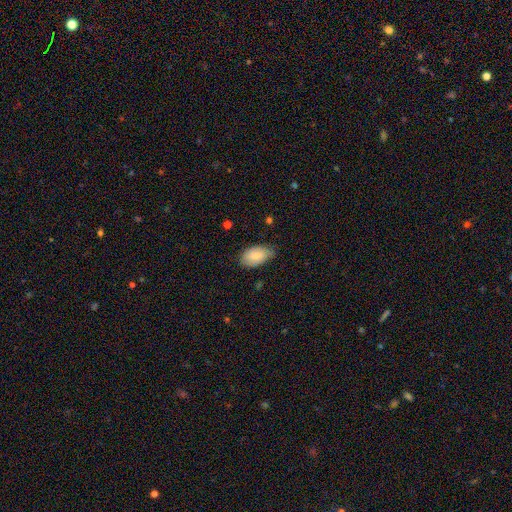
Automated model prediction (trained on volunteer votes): Smooth or featured?
  - smooth: 82% *
  - featured or disk: 12%
  - star or artifact: 6%
How rounded?
  - in between: 94% *
  - round: 5%
  - cigar-shaped: 1%
Merging?
  - none: 62% *
  - minor disturbance: 32%
  - major disturbance: 5%
  - merger: 1%